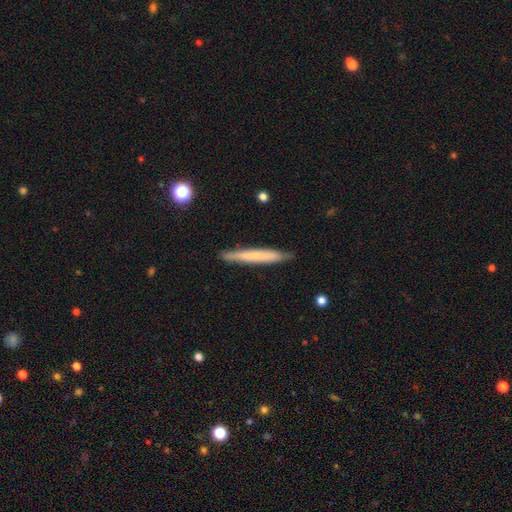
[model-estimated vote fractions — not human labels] Morphology: type=smooth (62%); roundness=cigar-shaped (96%); merging=none (88%).